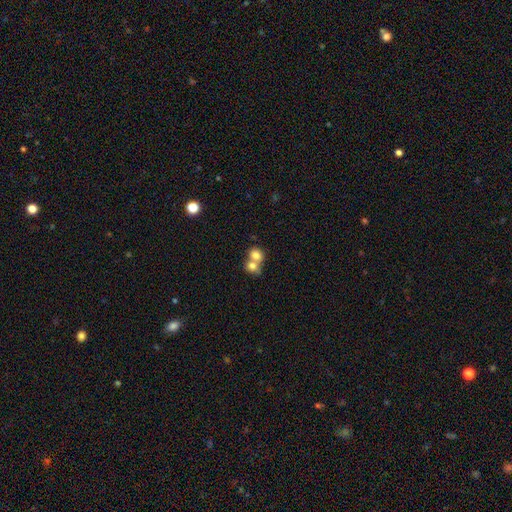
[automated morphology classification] Overall: smooth (77%). How rounded: round (64%; in between 35%). Merging: merger (68%).